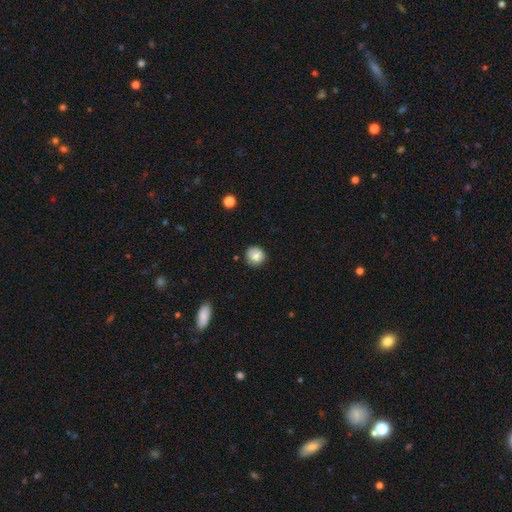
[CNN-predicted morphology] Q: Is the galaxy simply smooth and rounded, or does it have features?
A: smooth — 83%.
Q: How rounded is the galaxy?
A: round — 91%.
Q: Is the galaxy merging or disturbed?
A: none — 84%.